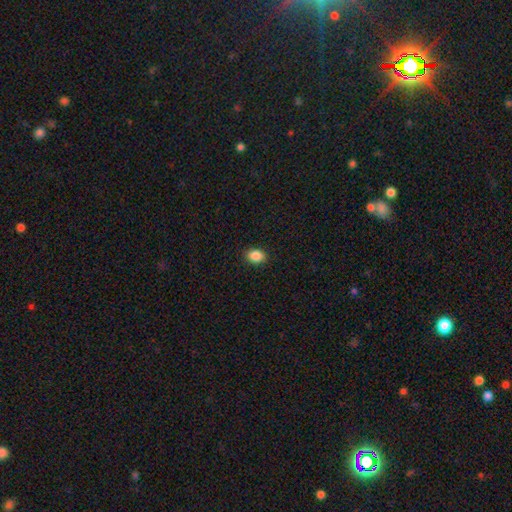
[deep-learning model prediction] A smooth galaxy with no disk features (87%) that is in between round and cigar-shaped (70%). Merging: none (90%).